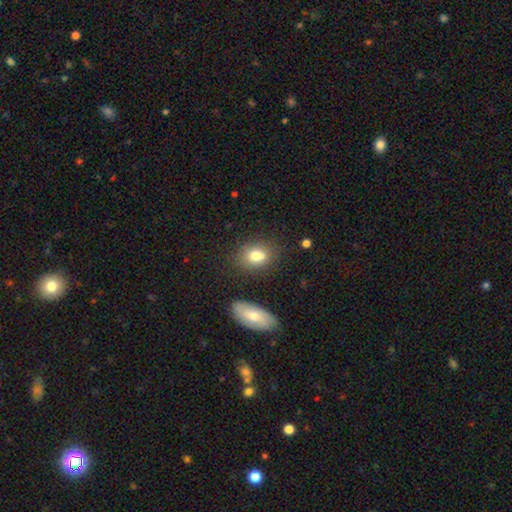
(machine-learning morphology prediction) This is likely a smooth galaxy (79%). How rounded: likely in between (70%). Merging: likely none (67%).